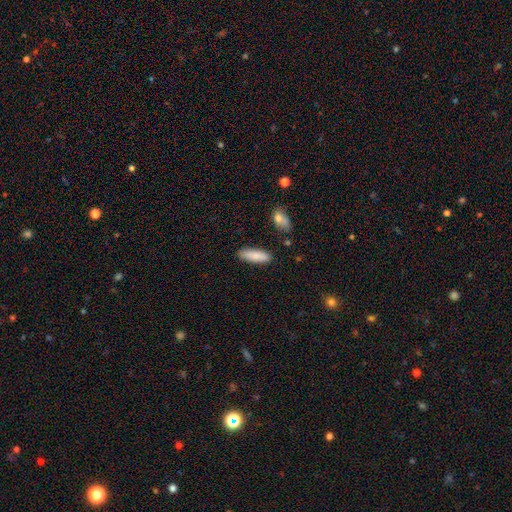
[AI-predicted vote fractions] Morphology: type=smooth (86%); roundness=cigar-shaped (55%); merging=none (86%).